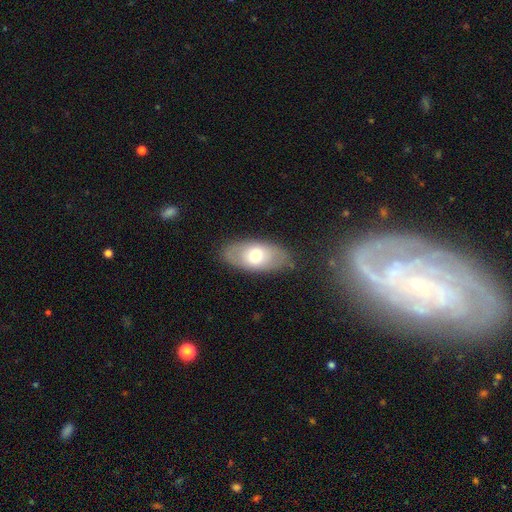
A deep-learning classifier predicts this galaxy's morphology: Smooth or featured?
  - smooth: 64% *
  - featured or disk: 29%
  - star or artifact: 7%
How rounded?
  - in between: 91% *
  - round: 6%
  - cigar-shaped: 4%
Merging?
  - none: 78% *
  - minor disturbance: 15%
  - major disturbance: 5%
  - merger: 1%